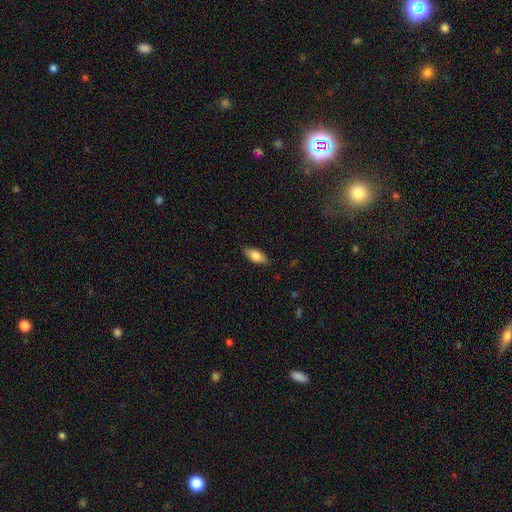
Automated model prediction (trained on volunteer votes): Q: Smooth or featured?
A: smooth (79%); runner-up: featured or disk (14%)
Q: How rounded?
A: in between (86%); runner-up: cigar-shaped (11%)
Q: Merging?
A: none (86%); runner-up: minor disturbance (11%)